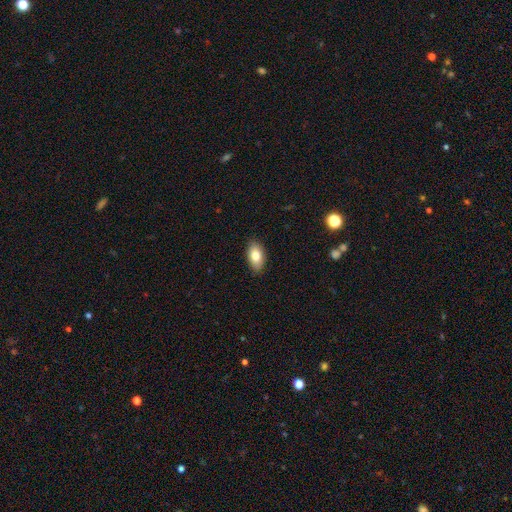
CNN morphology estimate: This appears to be a smooth galaxy with no disk features (81%) that is in between round and cigar-shaped (92%). Merging: none (87%).